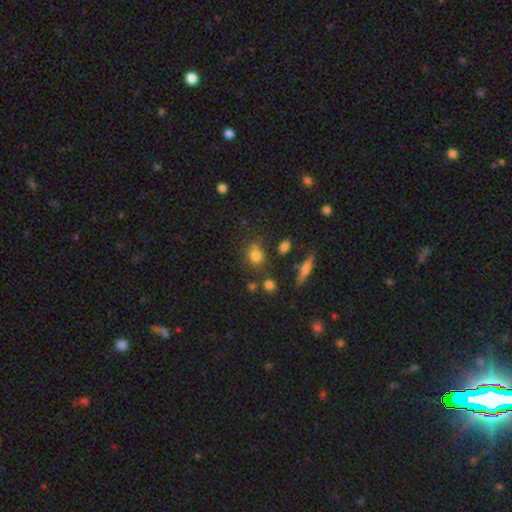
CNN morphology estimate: Smooth or featured: smooth — 76% (star or artifact — 14%)
How rounded: round — 68% (in between — 30%)
Merging: none — 68% (minor disturbance — 16%)